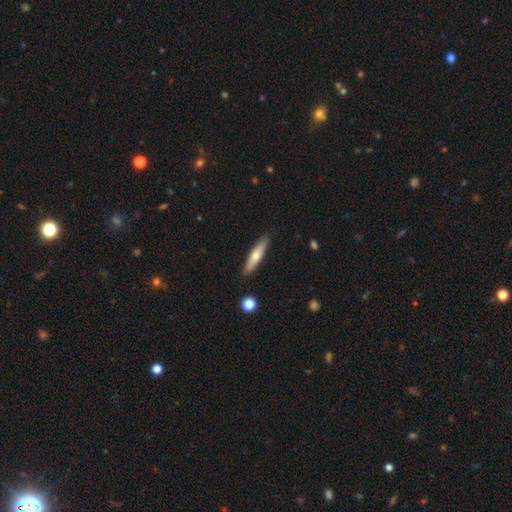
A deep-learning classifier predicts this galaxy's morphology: Smooth or featured? smooth (57%)
How rounded? cigar-shaped (83%)
Merging? none (89%)